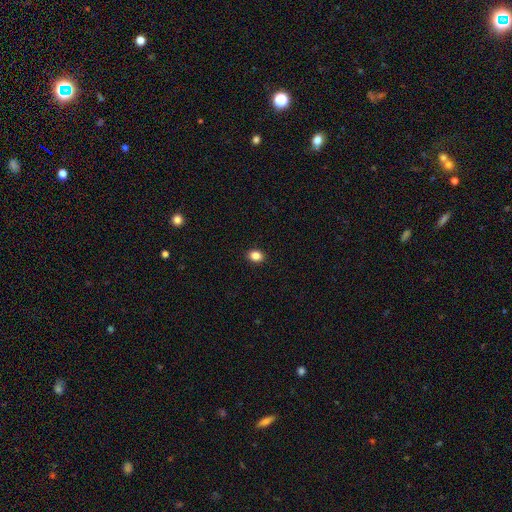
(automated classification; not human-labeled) Morphology: type=smooth (85%); roundness=in between (58%); merging=none (91%).